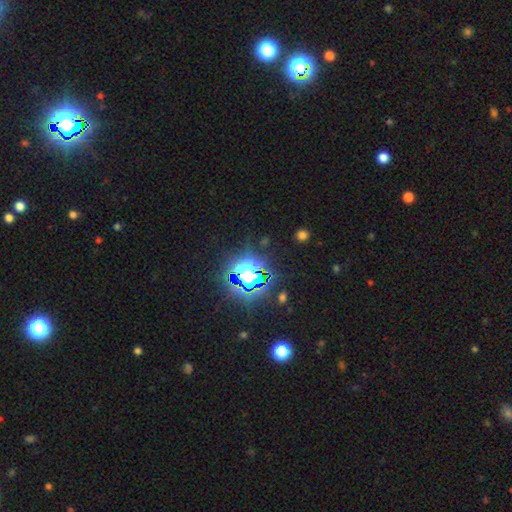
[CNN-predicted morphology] smooth-or-featured: star or artifact: 82% | smooth: 12% | featured or disk: 7%